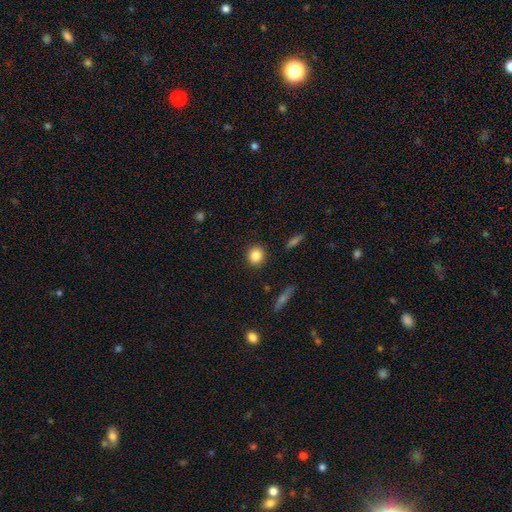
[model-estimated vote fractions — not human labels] This appears to be a smooth galaxy with no disk features (84%) that is round (87%). Merging: none (90%).